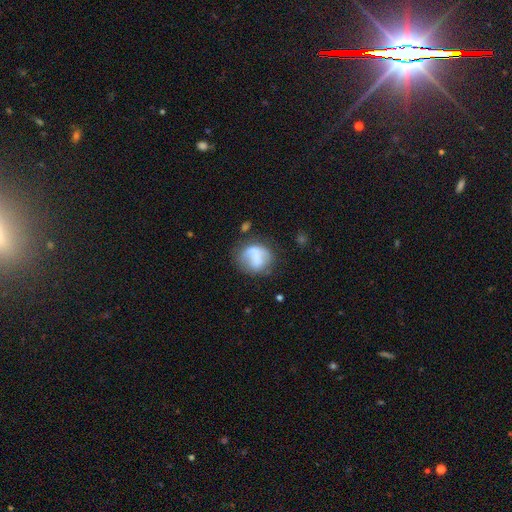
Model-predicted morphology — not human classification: type=smooth (59%); roundness=round (69%); merging=none (43%).